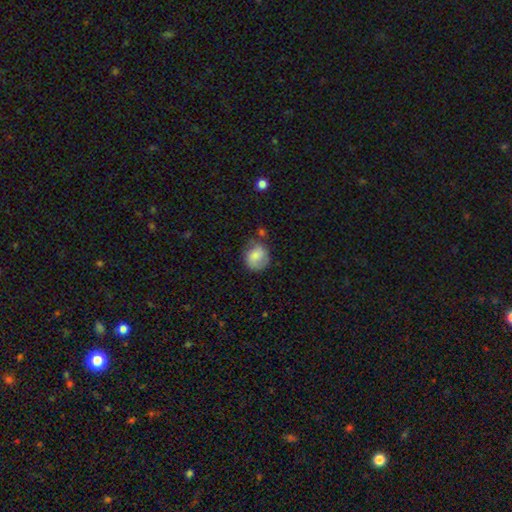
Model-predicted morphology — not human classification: Smooth or featured: smooth — 73% (featured or disk — 19%)
How rounded: round — 73% (in between — 26%)
Merging: none — 57% (minor disturbance — 27%)